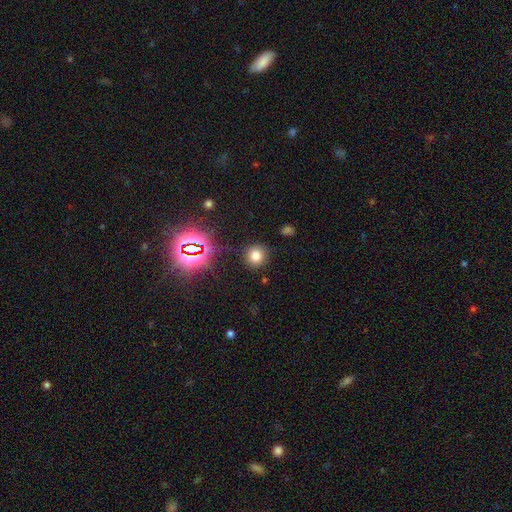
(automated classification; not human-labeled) Smooth or featured? Predicted: smooth (p=0.74). How rounded? Predicted: round (p=0.90). Merging? Predicted: none (p=0.85).